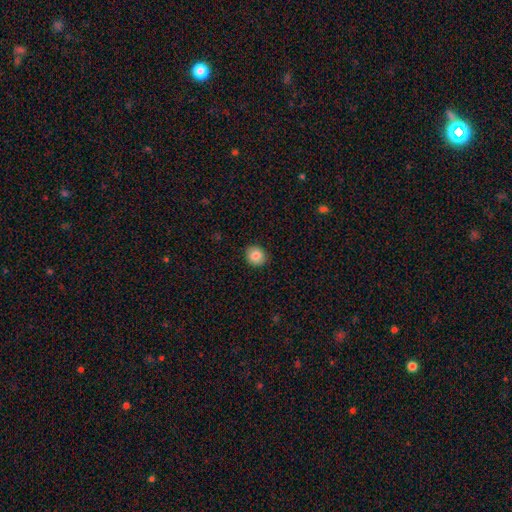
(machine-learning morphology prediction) Smooth or featured? smooth (86%)
How rounded? round (80%)
Merging? none (91%)